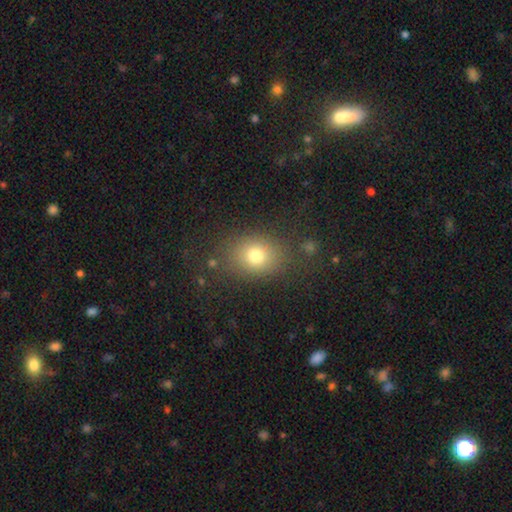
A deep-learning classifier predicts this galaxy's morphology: smooth 76%, star or artifact 14%, featured or disk 11%. Down the decision tree: how rounded — in between (52%); merging — none (79%).